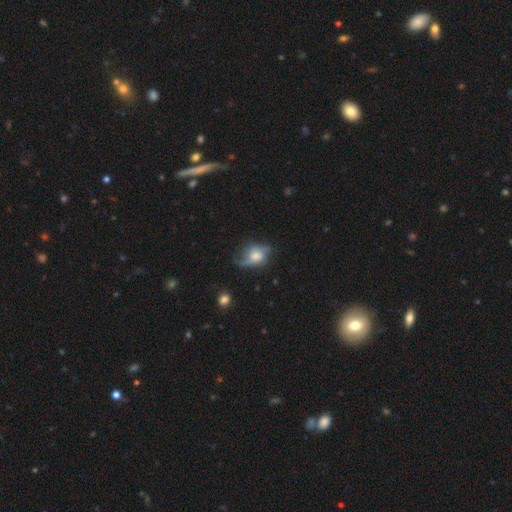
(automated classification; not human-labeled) Morphology: type=featured or disk (52%); edge-on=no (93%); merging=none (46%).